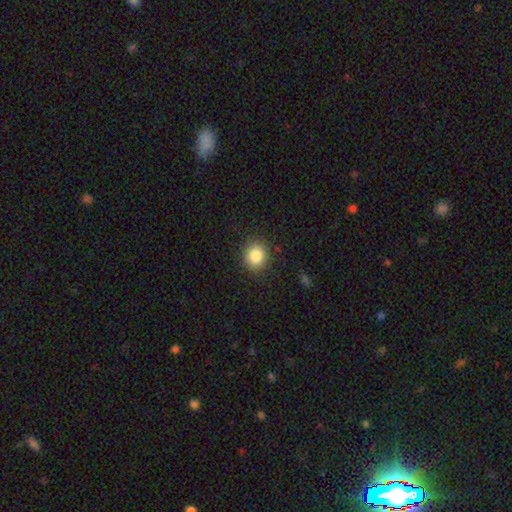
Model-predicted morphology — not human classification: Smooth or featured? Predicted: smooth (p=0.85). How rounded? Predicted: round (p=0.78). Merging? Predicted: none (p=0.88).